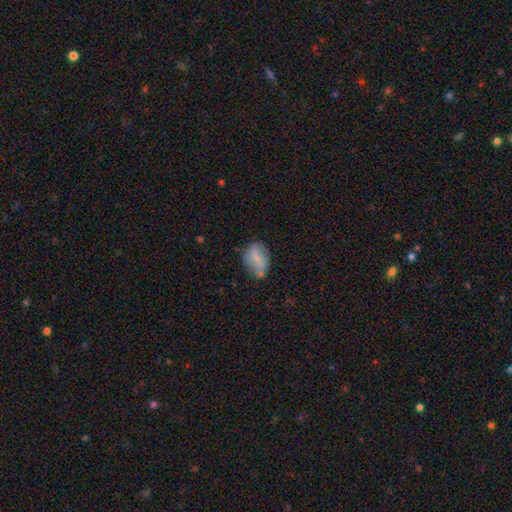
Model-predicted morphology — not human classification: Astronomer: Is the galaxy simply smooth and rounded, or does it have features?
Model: smooth — 63%.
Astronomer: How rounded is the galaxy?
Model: in between — 81%.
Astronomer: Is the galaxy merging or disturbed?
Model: none — 65%.